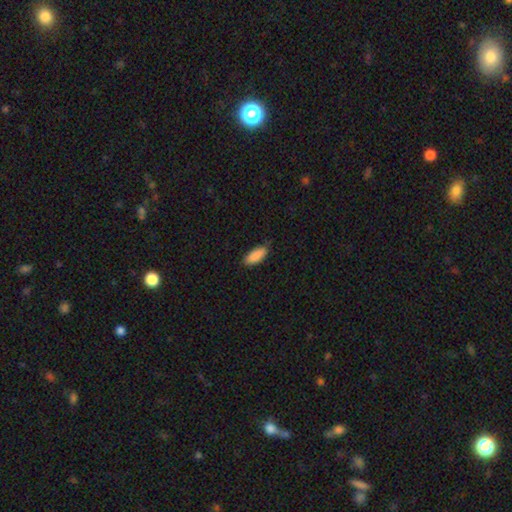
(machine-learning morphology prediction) Smooth or featured: smooth — 90% (star or artifact — 6%)
How rounded: in between — 83% (cigar-shaped — 15%)
Merging: none — 80% (minor disturbance — 16%)